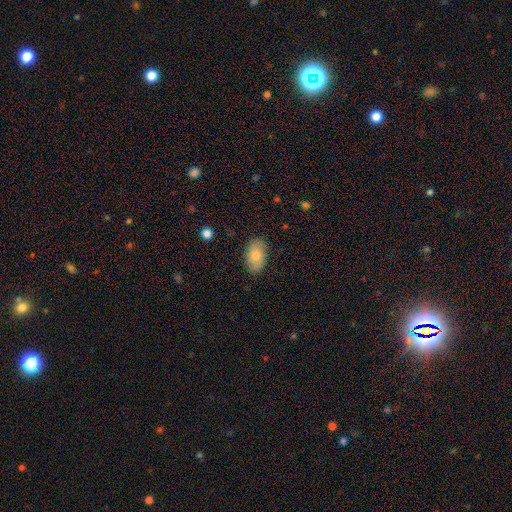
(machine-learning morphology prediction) smooth_or_featured: smooth (p=0.77) [alt: featured or disk p=0.16]
how_rounded: in between (p=0.92) [alt: round p=0.07]
merging: none (p=0.83) [alt: minor disturbance p=0.13]